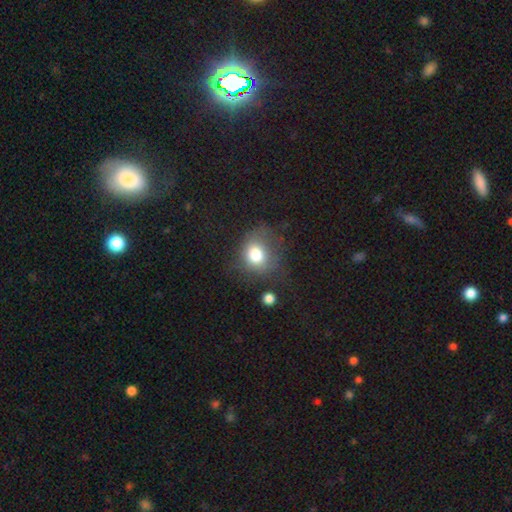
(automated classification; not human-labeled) Overall: smooth (75%). How rounded: round (67%; in between 32%). Merging: none (56%; minor disturbance 24%).